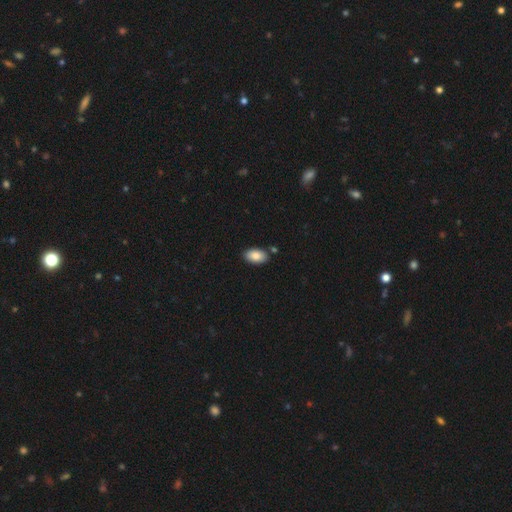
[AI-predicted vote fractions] The model was most divided on "merging": none: 84%, minor disturbance: 10%, merger: 4%, major disturbance: 2%. More confident: how rounded — in between (94%); smooth or featured — smooth (87%).